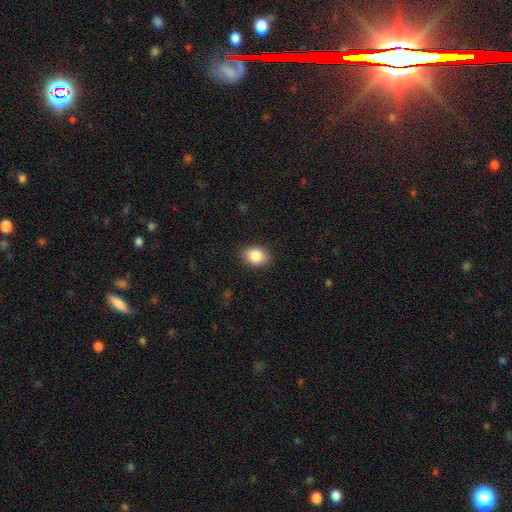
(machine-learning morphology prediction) Smooth or featured?
  - smooth: 87% *
  - star or artifact: 8%
  - featured or disk: 5%
How rounded?
  - in between: 66% *
  - round: 33%
  - cigar-shaped: 1%
Merging?
  - none: 88% *
  - minor disturbance: 9%
  - major disturbance: 2%
  - merger: 1%